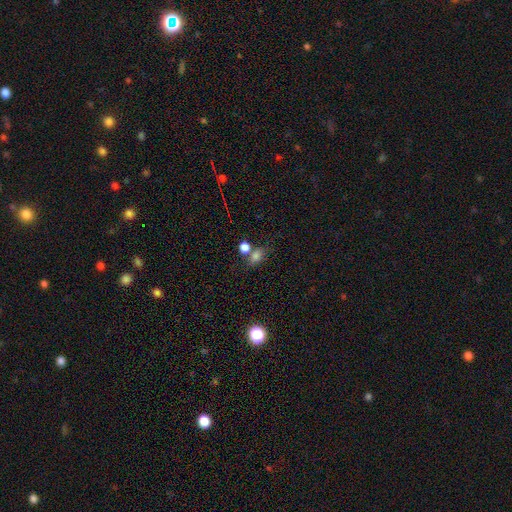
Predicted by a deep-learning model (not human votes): A smooth galaxy with no disk features (74%) that is in between round and cigar-shaped (66%). Merging: none (55%).